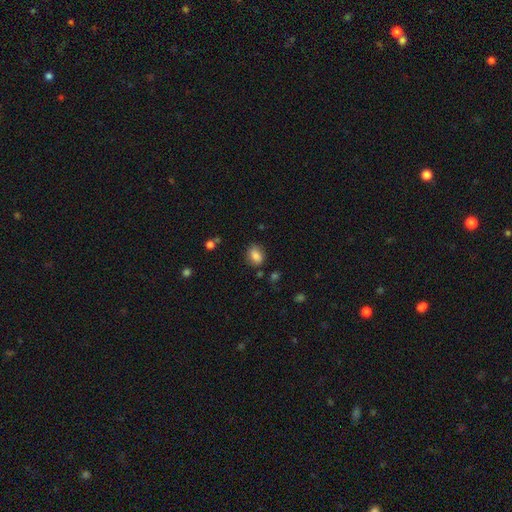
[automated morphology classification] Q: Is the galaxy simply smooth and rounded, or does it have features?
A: smooth — 83%.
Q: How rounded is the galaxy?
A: in between — 71%.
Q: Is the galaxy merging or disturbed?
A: none — 78%.